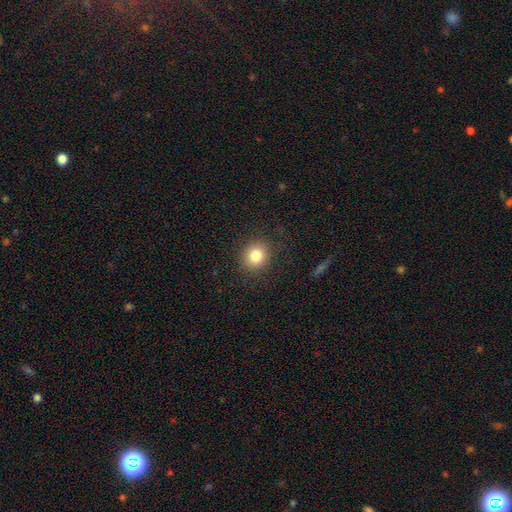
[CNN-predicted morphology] smooth_or_featured: smooth (p=0.82) [alt: star or artifact p=0.11]
how_rounded: round (p=0.81) [alt: in between p=0.18]
merging: none (p=0.88) [alt: minor disturbance p=0.08]